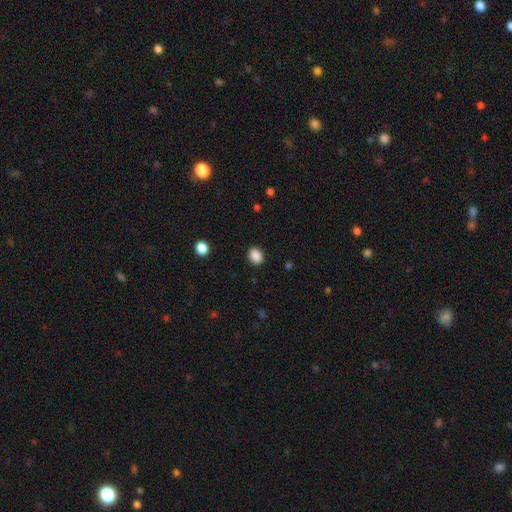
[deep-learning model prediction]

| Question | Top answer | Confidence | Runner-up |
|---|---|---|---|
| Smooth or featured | smooth | 88% | star or artifact (9%) |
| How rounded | in between | 56% | round (43%) |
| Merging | none | 89% | minor disturbance (7%) |